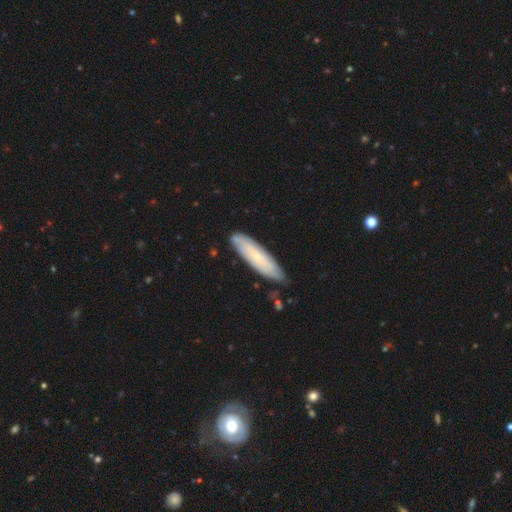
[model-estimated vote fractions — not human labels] The model was most divided on "smooth or featured": smooth: 55%, featured or disk: 38%, star or artifact: 7%. More confident: merging — none (80%); how rounded — cigar-shaped (67%).